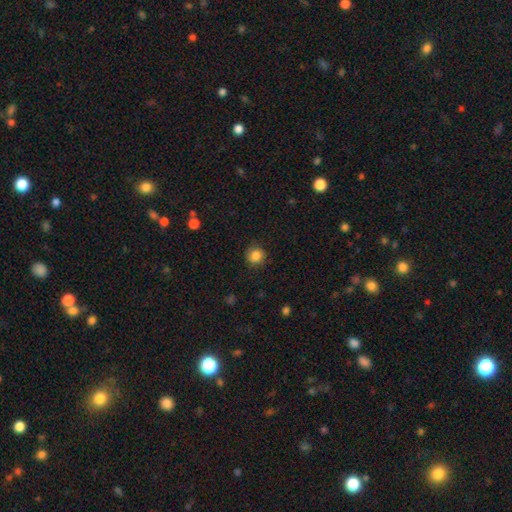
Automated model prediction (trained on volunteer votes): The model was most divided on "smooth or featured": smooth: 85%, star or artifact: 10%, featured or disk: 5%. More confident: how rounded — round (91%); merging — none (87%).